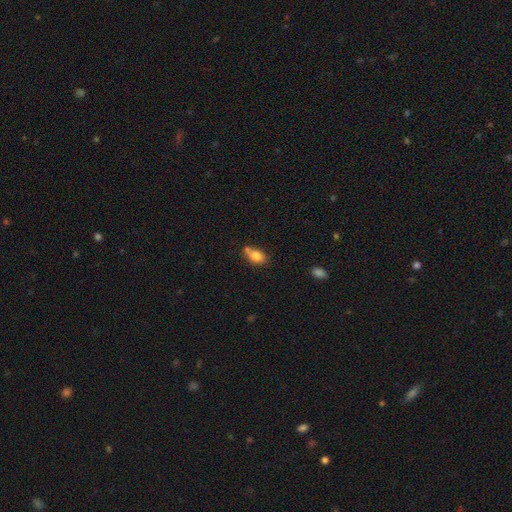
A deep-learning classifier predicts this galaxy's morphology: Smooth or featured: smooth — 81% (featured or disk — 10%)
How rounded: in between — 83% (round — 14%)
Merging: none — 50% (merger — 26%)